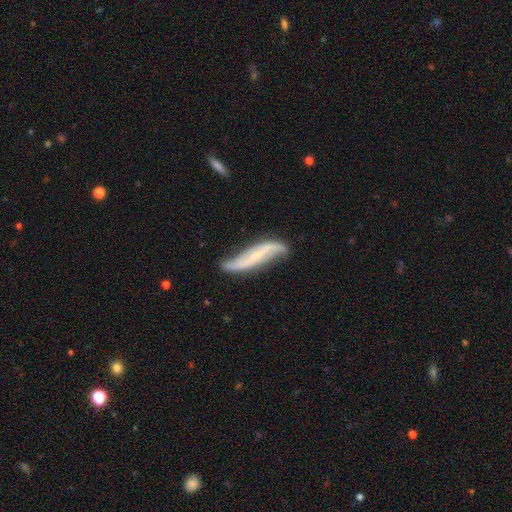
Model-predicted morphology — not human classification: Q: Smooth or featured?
A: featured or disk (77%); runner-up: smooth (17%)
Q: Edge-on disk?
A: no (76%); runner-up: yes (24%)
Q: Bar?
A: no (38%); runner-up: strong (33%)
Q: Spiral arms?
A: yes (92%); runner-up: no (8%)
Q: Spiral winding?
A: loose (83%); runner-up: medium (12%)
Q: Spiral arm count?
A: 2 (91%); runner-up: can't tell (4%)
Q: Bulge size?
A: small (69%); runner-up: none (15%)
Q: Merging?
A: none (65%); runner-up: minor disturbance (25%)